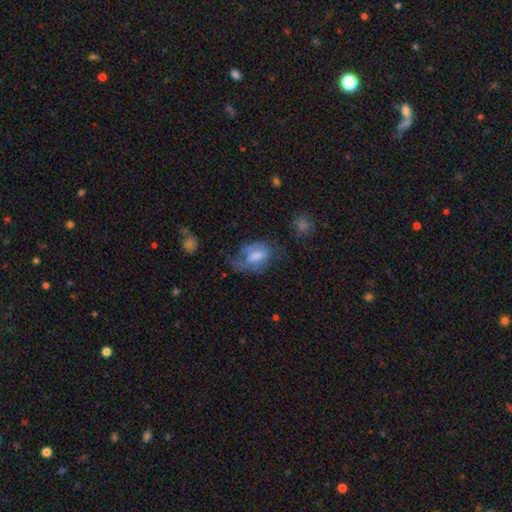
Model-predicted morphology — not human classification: A smooth galaxy with no disk features (51%) that is in between round and cigar-shaped (81%).

Vote fractions:
- Smooth or featured? smooth: 51% / featured or disk: 39% / star or artifact: 9%
- How rounded? in between: 81% / round: 15% / cigar-shaped: 3%
- Merging? major disturbance: 38% / none: 31% / minor disturbance: 27% / merger: 4%